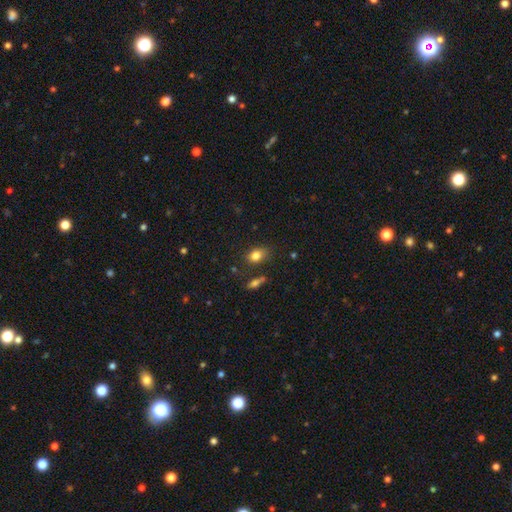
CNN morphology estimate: Smooth or featured: smooth — 81% (star or artifact — 10%)
How rounded: in between — 72% (round — 26%)
Merging: none — 74% (minor disturbance — 17%)